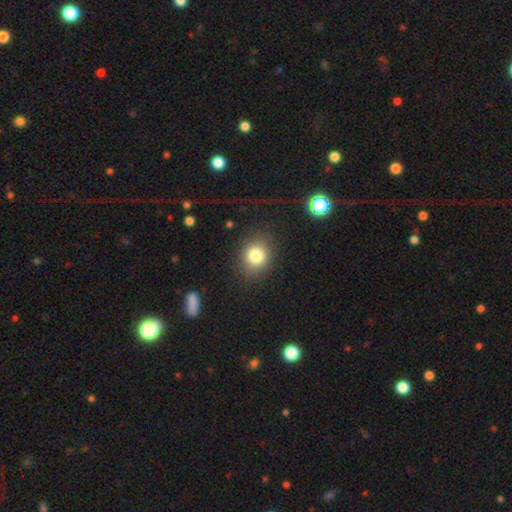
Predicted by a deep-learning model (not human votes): Morphology: type=smooth (80%); roundness=round (66%); merging=none (85%).